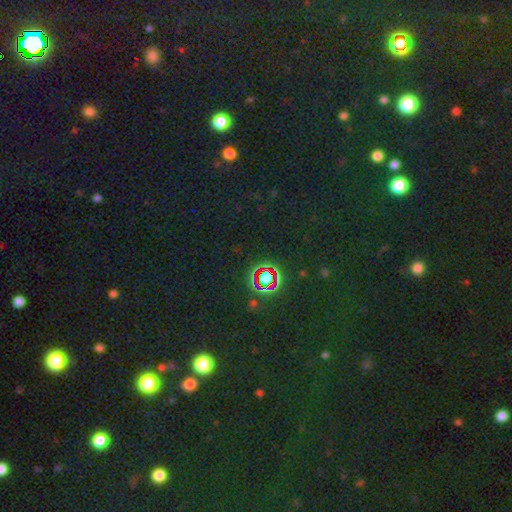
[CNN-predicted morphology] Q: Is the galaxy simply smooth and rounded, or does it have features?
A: star or artifact — 72%.